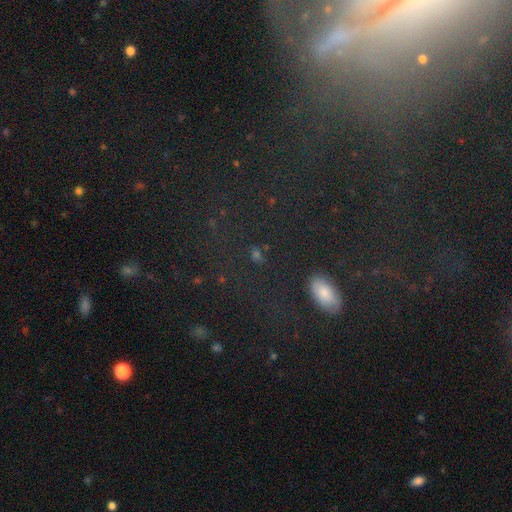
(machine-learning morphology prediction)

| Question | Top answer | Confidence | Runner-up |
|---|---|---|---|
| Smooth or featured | smooth | 49% | star or artifact (39%) |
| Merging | none | 79% | minor disturbance (11%) |